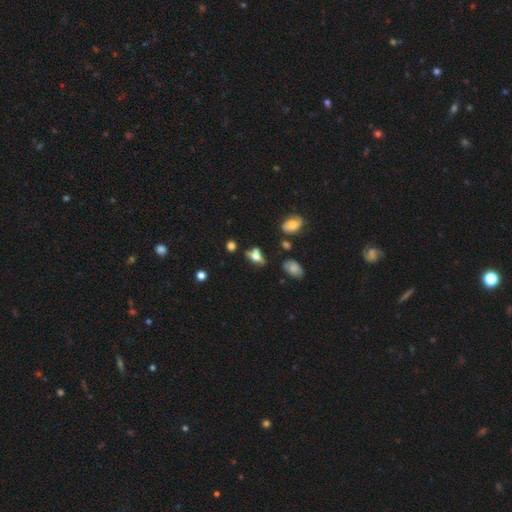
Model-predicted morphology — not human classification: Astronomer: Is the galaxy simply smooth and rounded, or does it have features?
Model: smooth — 54% (runner-up: featured or disk, 32%).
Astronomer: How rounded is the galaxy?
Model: in between — 74%.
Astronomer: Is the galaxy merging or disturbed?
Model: none — 51%.